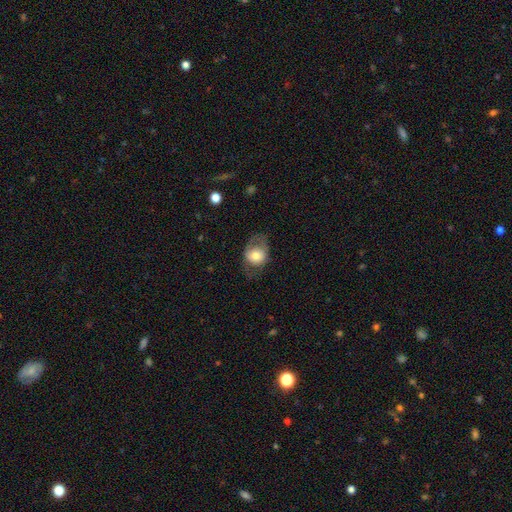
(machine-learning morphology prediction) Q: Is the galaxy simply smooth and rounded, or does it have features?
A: smooth — 61%.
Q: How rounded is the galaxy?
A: in between — 50%.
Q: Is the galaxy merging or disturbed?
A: none — 51%.